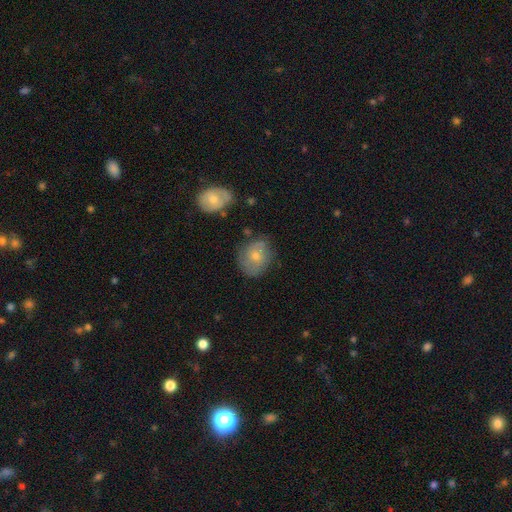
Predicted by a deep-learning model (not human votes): Morphology: type=smooth (59%); roundness=round (63%); merging=none (64%).